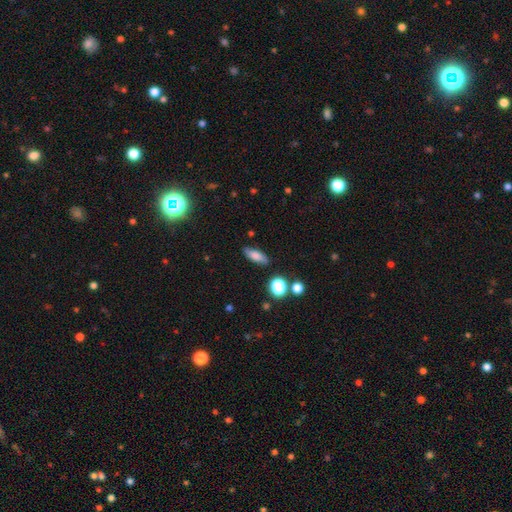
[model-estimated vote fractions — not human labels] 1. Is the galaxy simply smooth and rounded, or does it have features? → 78% smooth, 12% featured or disk, 10% star or artifact.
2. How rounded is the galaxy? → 71% in between, 24% cigar-shaped, 5% round.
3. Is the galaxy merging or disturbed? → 84% none, 11% minor disturbance, 3% major disturbance, 2% merger.